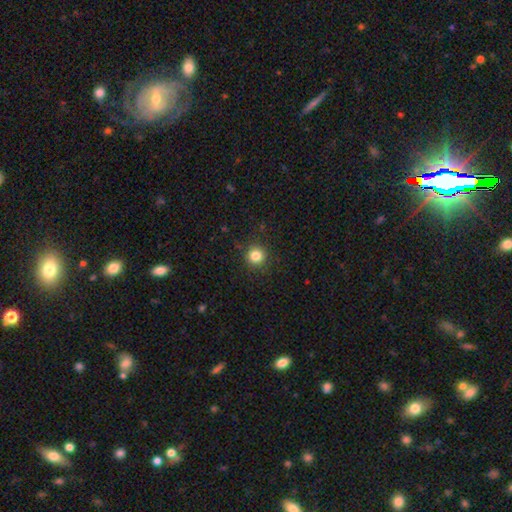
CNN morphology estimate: smooth-or-featured: smooth: 82% | star or artifact: 12% | featured or disk: 5%
  how-rounded: round: 94% | in between: 5% | cigar-shaped: 1%
  merging: none: 91% | minor disturbance: 6% | major disturbance: 2% | merger: 1%